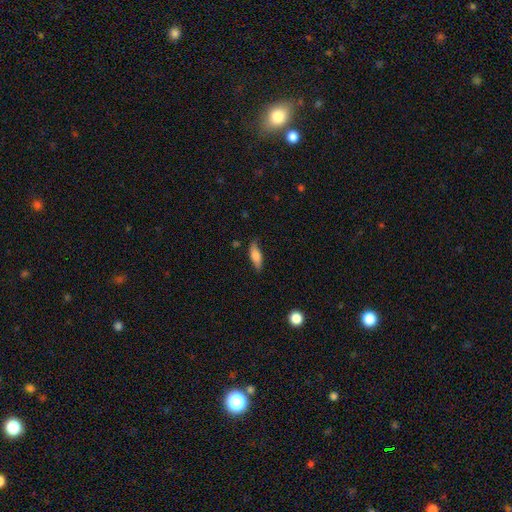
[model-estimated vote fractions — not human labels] Smooth or featured? smooth (65%)
How rounded? in between (61%)
Merging? none (75%)